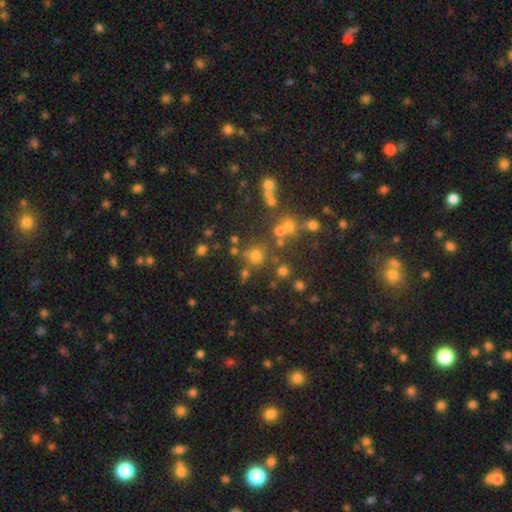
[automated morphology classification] Smooth or featured? Predicted: smooth (p=0.63). How rounded? Predicted: round (p=0.91). Merging? Predicted: none (p=0.72).